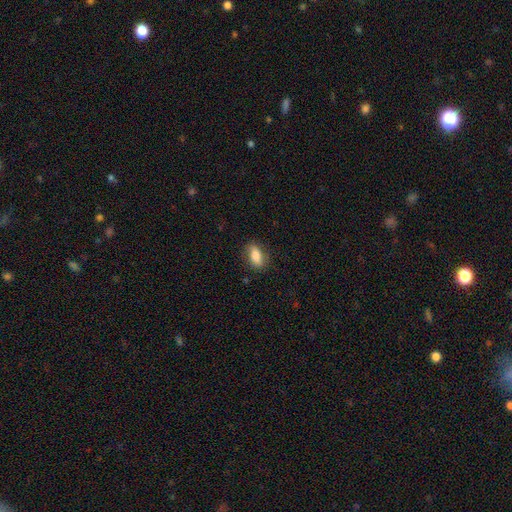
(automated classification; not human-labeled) Morphology: type=smooth (83%); roundness=in between (87%); merging=none (80%).